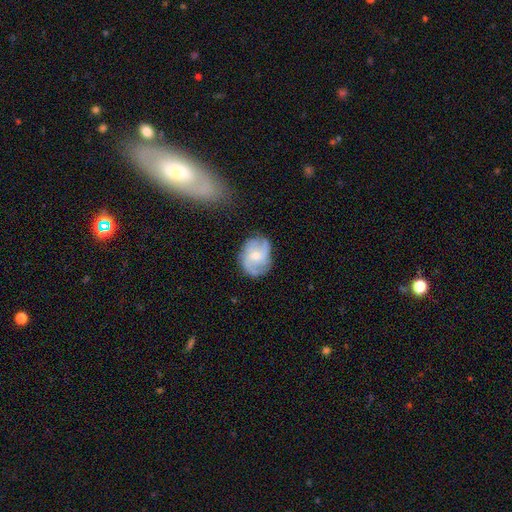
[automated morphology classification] This is likely a featured or disk galaxy (72%). It is clearly not viewed edge-on (98%). Bar: likely no (61%). Spiral arm pattern: clearly yes (92%). Spiral arm count: marginally 3 (41%). Spiral winding: possibly medium (48%). Central bulge: possibly moderate (51%). Merging: likely none (71%).